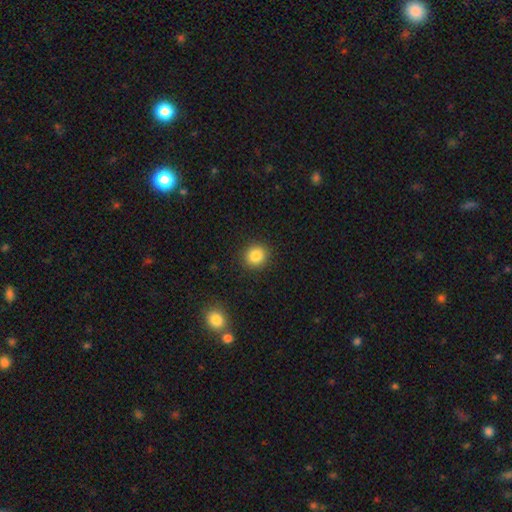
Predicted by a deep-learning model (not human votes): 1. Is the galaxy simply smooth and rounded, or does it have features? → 85% smooth, 10% star or artifact, 5% featured or disk.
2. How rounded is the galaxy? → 86% round, 13% in between, 1% cigar-shaped.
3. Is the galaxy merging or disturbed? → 90% none, 6% minor disturbance, 2% major disturbance, 1% merger.